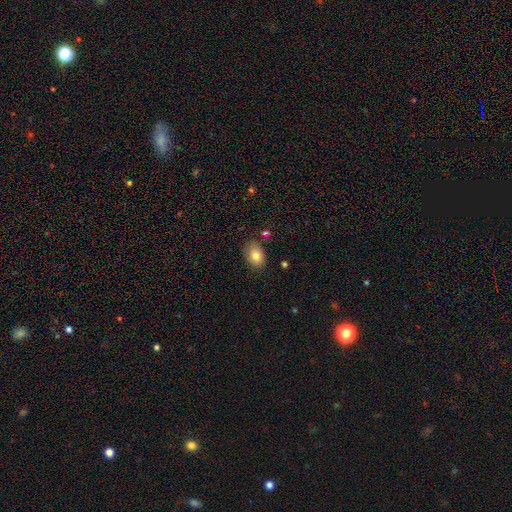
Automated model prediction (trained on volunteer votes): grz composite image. It shows a smooth galaxy with no disk features (84%) that is in between round and cigar-shaped (85%). Merging: none (75%).